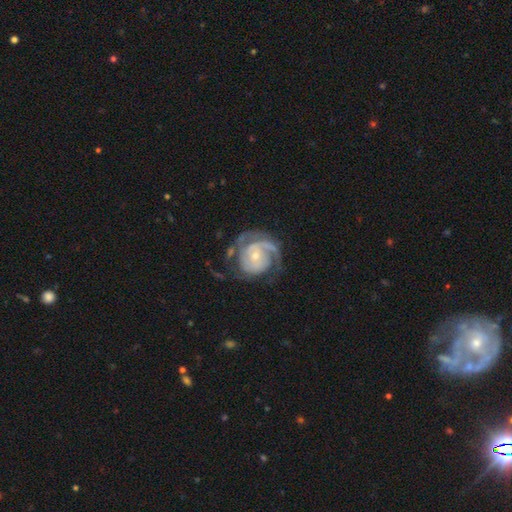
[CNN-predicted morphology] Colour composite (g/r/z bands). It shows a featured or disk galaxy (86%) with no bar (72%), 2 (45%) tight (57%) spiral arms (95%) and a small central bulge (69%). Merging: none (59%).